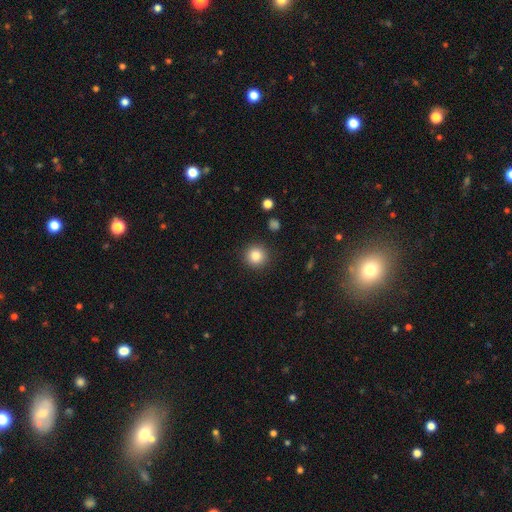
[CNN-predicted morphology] Smooth or featured?
  - smooth: 85% *
  - star or artifact: 10%
  - featured or disk: 5%
How rounded?
  - round: 94% *
  - in between: 5%
  - cigar-shaped: 1%
Merging?
  - none: 91% *
  - minor disturbance: 6%
  - major disturbance: 2%
  - merger: 1%